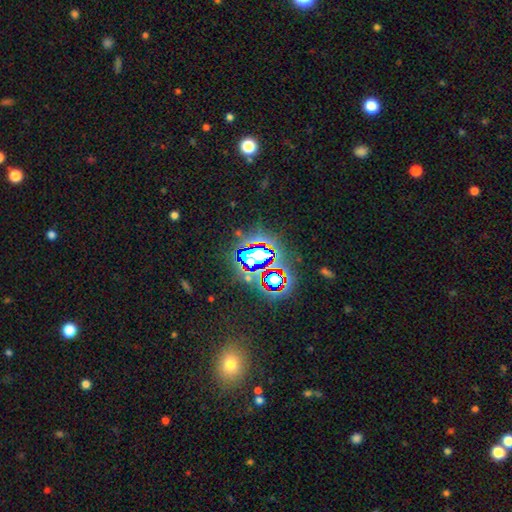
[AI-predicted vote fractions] A star or artifact, not a galaxy (71%).

Vote fractions:
- Smooth or featured? star or artifact: 71% / smooth: 16% / featured or disk: 13%